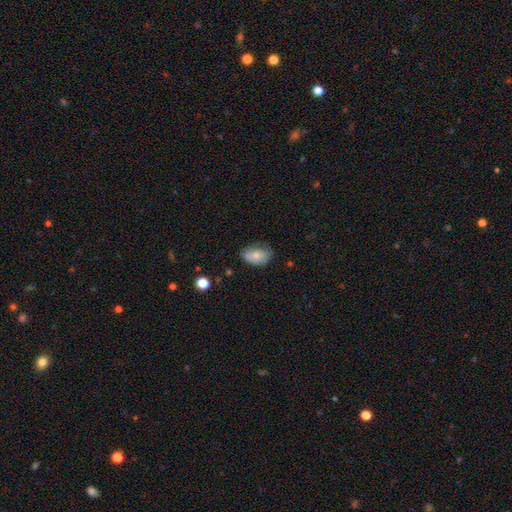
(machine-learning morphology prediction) Smooth or featured? Predicted: smooth (p=0.76). How rounded? Predicted: in between (p=0.86). Merging? Predicted: none (p=0.58).